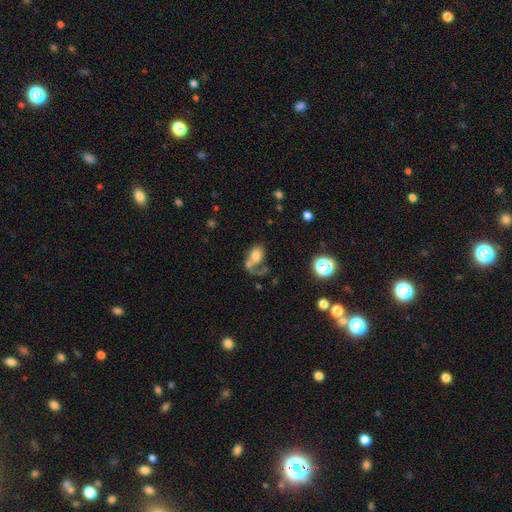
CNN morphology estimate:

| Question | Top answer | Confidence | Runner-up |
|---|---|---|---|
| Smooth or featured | smooth | 56% | featured or disk (33%) |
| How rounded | in between | 70% | round (28%) |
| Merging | merger | 35% | major disturbance (29%) |